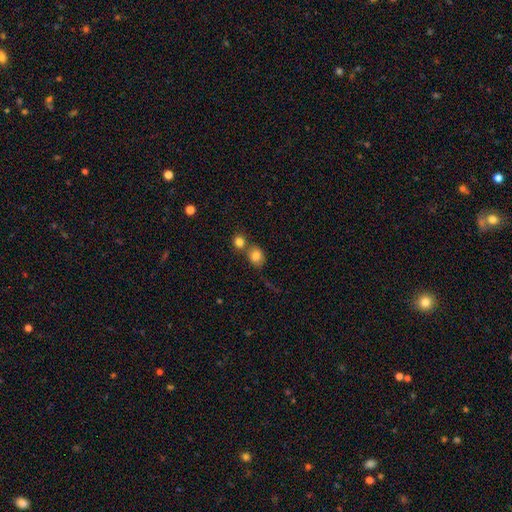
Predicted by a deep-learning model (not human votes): Morphology: type=smooth (81%); roundness=round (65%); merging=none (48%).